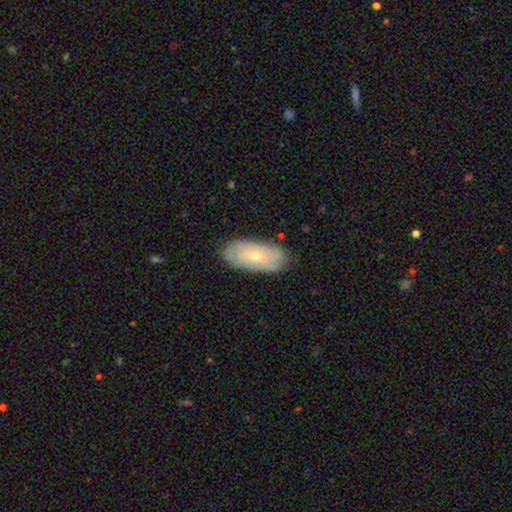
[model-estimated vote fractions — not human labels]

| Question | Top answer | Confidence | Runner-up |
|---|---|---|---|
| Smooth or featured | featured or disk | 49% | smooth (45%) |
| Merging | none | 79% | minor disturbance (16%) |